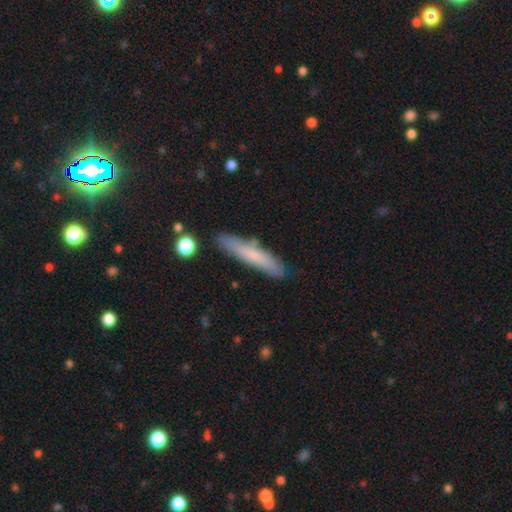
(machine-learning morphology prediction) type=smooth (71%); roundness=cigar-shaped (86%); merging=none (75%).